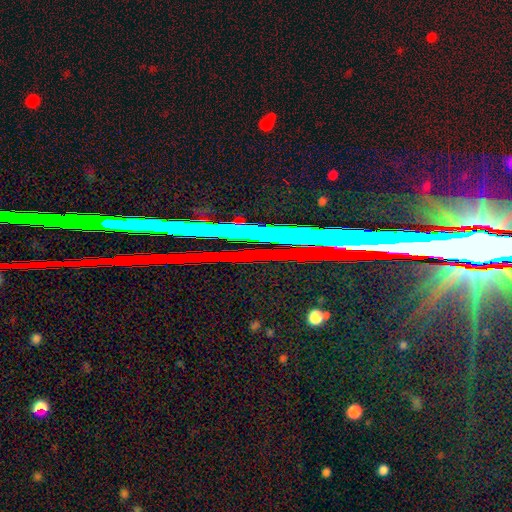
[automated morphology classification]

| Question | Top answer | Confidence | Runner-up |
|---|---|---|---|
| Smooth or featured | star or artifact | 79% | featured or disk (13%) |